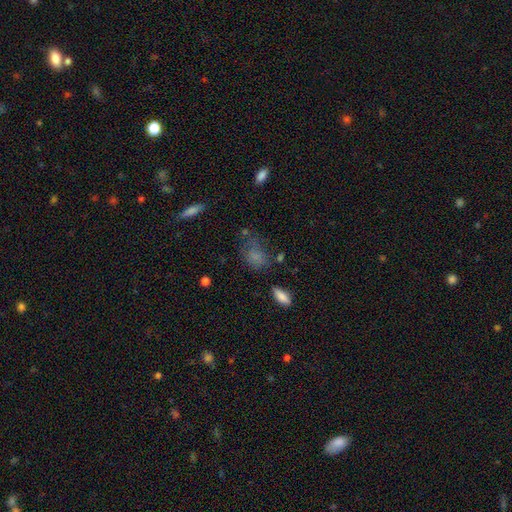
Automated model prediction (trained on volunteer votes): Overall: smooth (70%). How rounded: in between (70%). Merging: none (45%; minor disturbance 28%).